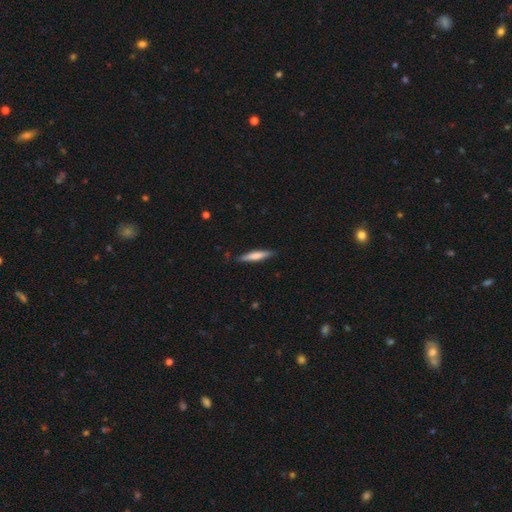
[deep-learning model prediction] Morphology: type=smooth (64%); roundness=cigar-shaped (88%); merging=none (86%).